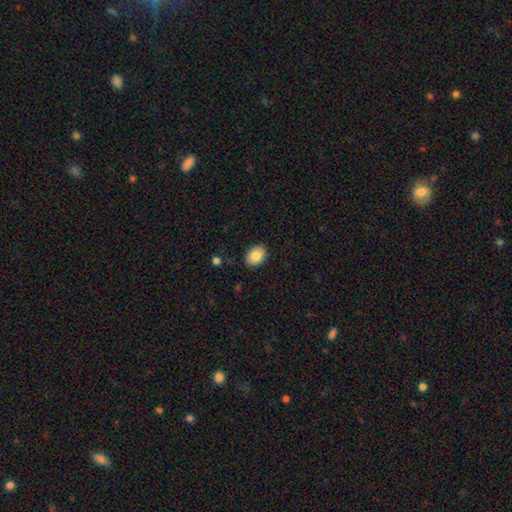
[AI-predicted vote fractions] Morphology: type=smooth (82%); roundness=in between (76%); merging=none (88%).